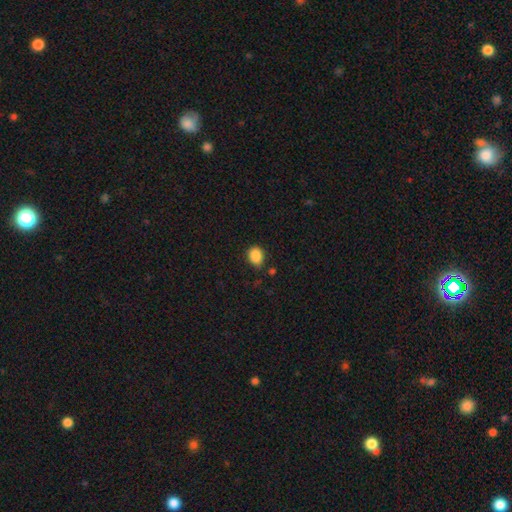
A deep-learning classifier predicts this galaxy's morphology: smooth-or-featured: smooth: 88% | star or artifact: 9% | featured or disk: 3%
  how-rounded: in between: 59% | round: 40% | cigar-shaped: 1%
  merging: none: 79% | minor disturbance: 15% | major disturbance: 3% | merger: 3%